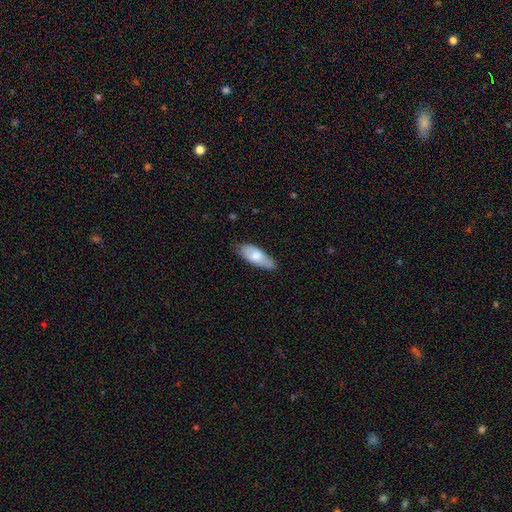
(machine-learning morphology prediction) smooth 71%, featured or disk 23%, star or artifact 6%. Down the decision tree: how rounded — in between (73%); merging — none (75%).